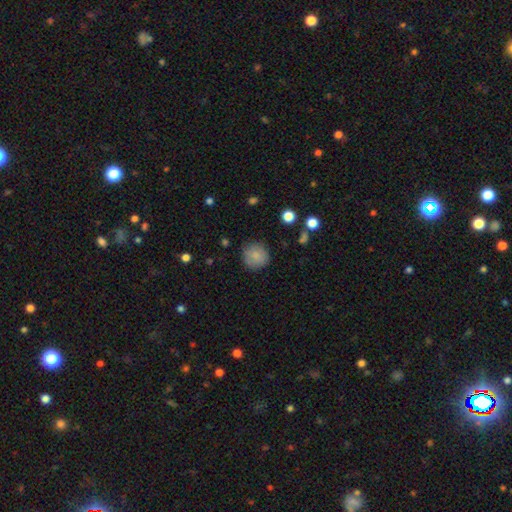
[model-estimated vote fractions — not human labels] Overall: smooth (84%). How rounded: round (92%). Merging: none (84%).